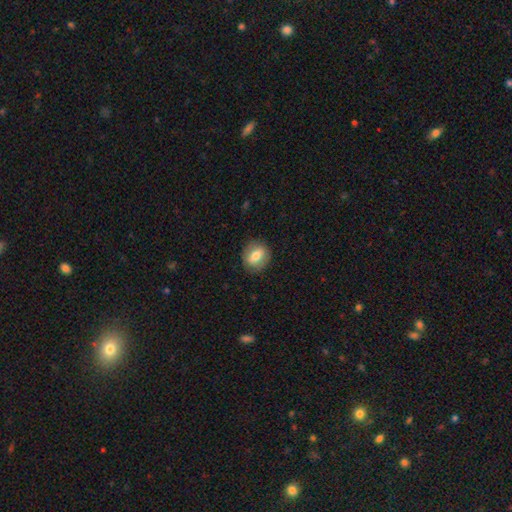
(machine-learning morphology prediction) This is likely a smooth galaxy (70%). How rounded: possibly round (57%). Merging: clearly none (86%).